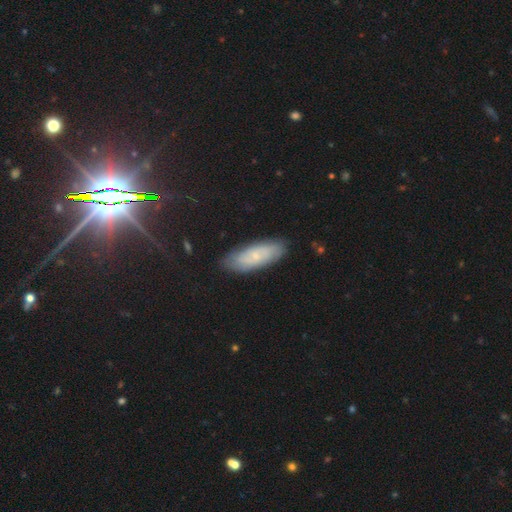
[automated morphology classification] Smooth or featured? smooth (47%)
Merging? none (82%)